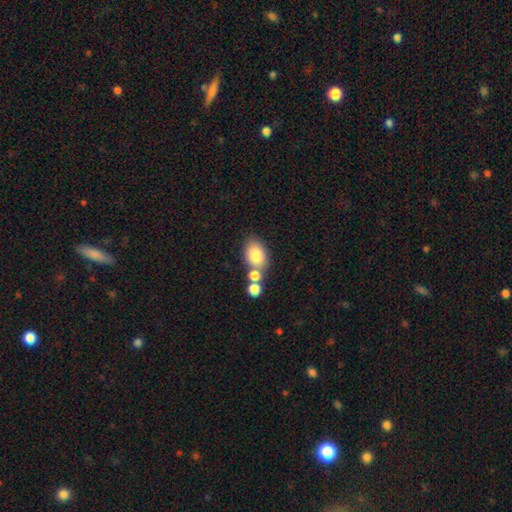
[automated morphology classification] Q: Smooth or featured?
A: smooth (79%); runner-up: featured or disk (11%)
Q: How rounded?
A: in between (81%); runner-up: round (17%)
Q: Merging?
A: none (61%); runner-up: merger (23%)